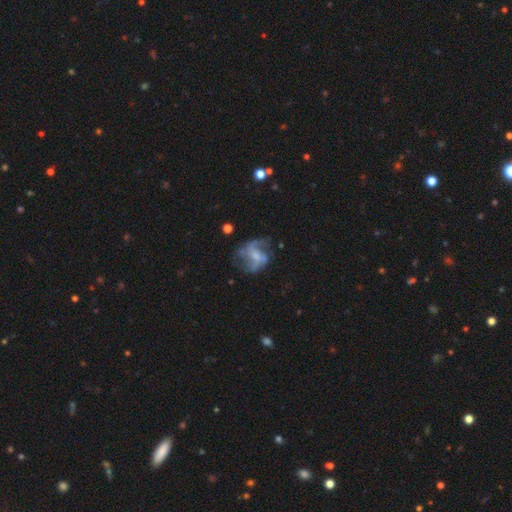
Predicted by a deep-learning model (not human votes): This appears to be a featured or disk galaxy (72%) with a weak bar (43%), 2 (59%) loose (54%) spiral arms (80%) and a small central bulge (39%). Merging: none (51%).